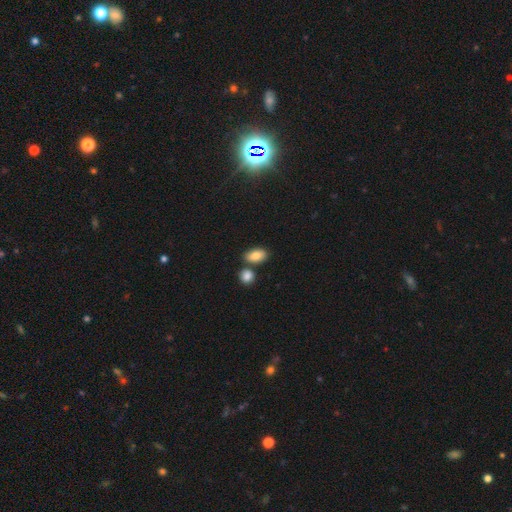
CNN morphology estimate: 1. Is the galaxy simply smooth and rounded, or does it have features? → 82% smooth, 10% featured or disk, 8% star or artifact.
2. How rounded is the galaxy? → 88% in between, 10% round, 2% cigar-shaped.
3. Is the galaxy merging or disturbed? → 68% none, 18% merger, 12% minor disturbance, 3% major disturbance.